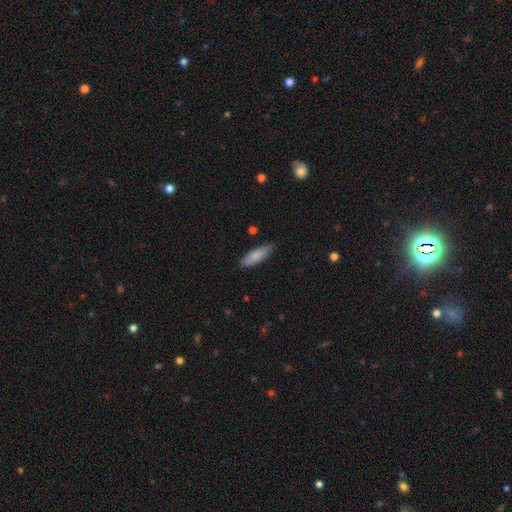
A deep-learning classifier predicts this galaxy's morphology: Smooth or featured? smooth (84%)
How rounded? in between (53%)
Merging? none (83%)